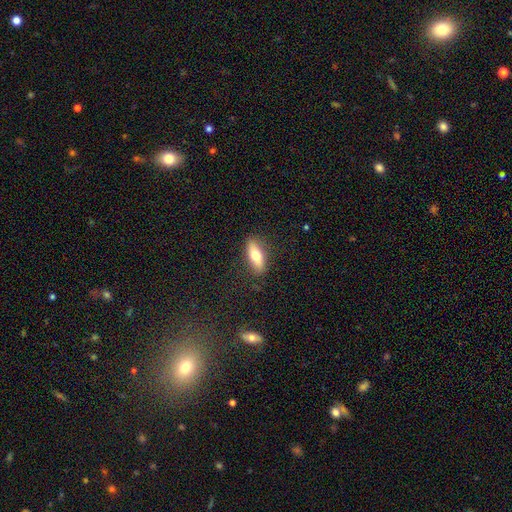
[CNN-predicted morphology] This is likely a smooth galaxy (69%). How rounded: possibly in between (60%). Merging: clearly none (85%).